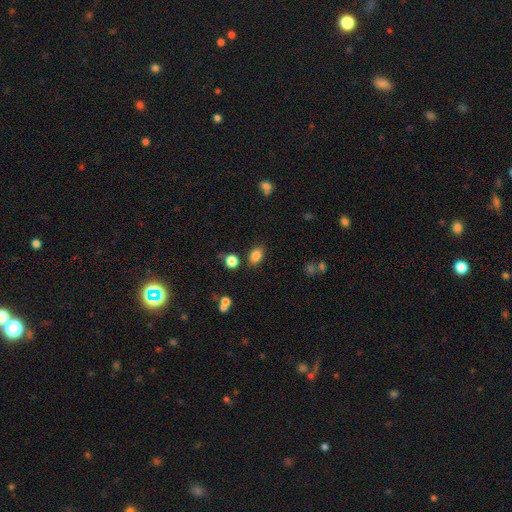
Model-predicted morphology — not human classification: type=smooth (84%); roundness=in between (76%); merging=none (80%).